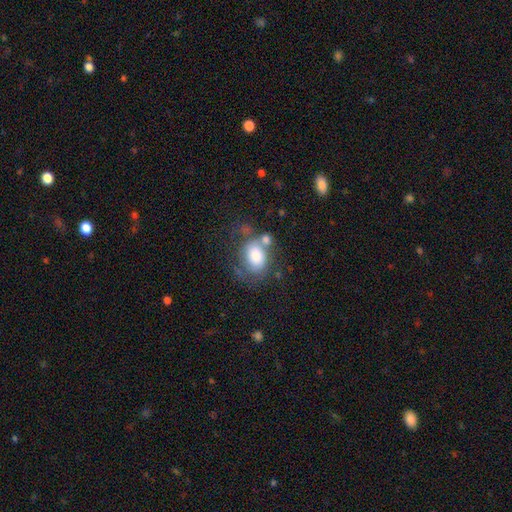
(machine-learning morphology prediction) smooth 72%, featured or disk 19%, star or artifact 9%. Down the decision tree: how rounded — in between (71%); merging — none (41%).